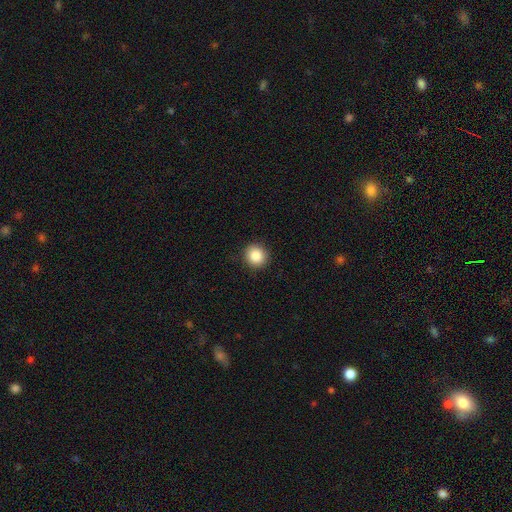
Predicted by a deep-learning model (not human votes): A smooth galaxy with no disk features (88%) that is round (91%). Merging: none (91%).